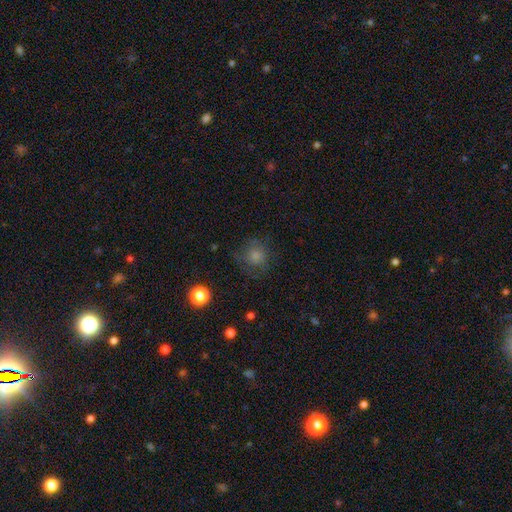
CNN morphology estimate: This appears to be a smooth galaxy with no disk features (75%) that is round (88%). Merging: none (67%).